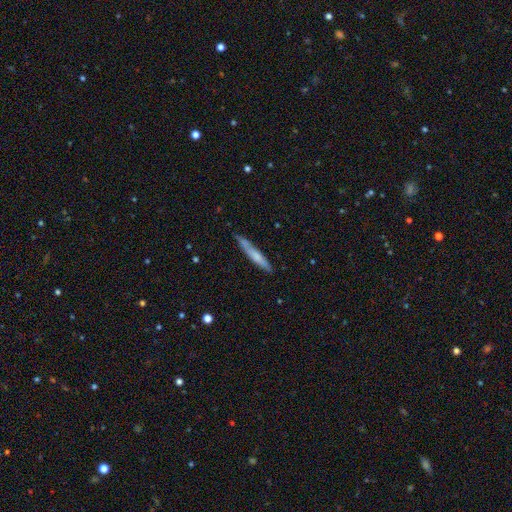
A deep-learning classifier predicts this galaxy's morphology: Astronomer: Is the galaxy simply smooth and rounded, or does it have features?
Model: smooth — 60%.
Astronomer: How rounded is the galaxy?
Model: cigar-shaped — 94%.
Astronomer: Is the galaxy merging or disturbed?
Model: none — 78%.